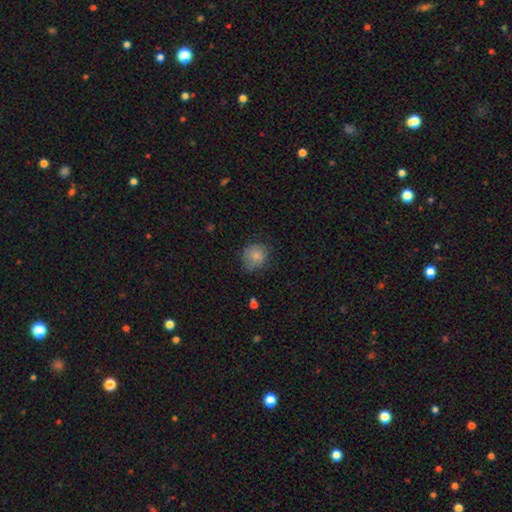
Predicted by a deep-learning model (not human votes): smooth-or-featured: smooth: 80% | featured or disk: 11% | star or artifact: 9%
  how-rounded: round: 78% | in between: 21% | cigar-shaped: 1%
  merging: none: 66% | minor disturbance: 25% | major disturbance: 7% | merger: 1%